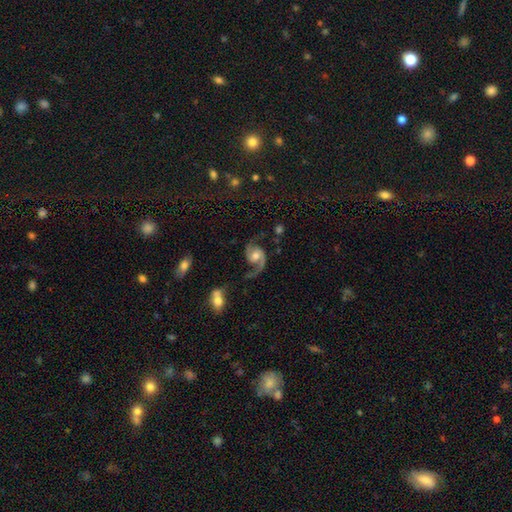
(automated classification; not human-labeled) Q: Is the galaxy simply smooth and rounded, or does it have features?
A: featured or disk — 90%.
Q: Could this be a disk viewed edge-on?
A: no — 98%.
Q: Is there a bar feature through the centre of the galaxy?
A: no — 63%.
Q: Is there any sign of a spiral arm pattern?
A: yes — 97%.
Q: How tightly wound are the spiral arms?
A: medium — 50%.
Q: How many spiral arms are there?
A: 2 — 86%.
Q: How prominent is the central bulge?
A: moderate — 68%.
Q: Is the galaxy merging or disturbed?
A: none — 64%.